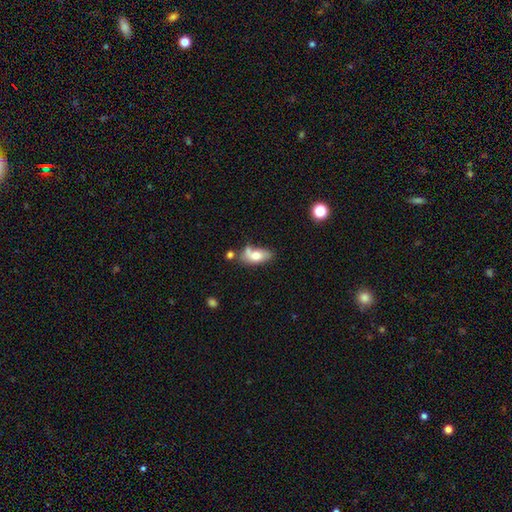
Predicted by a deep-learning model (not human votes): Smooth or featured?
  - smooth: 68% *
  - featured or disk: 24%
  - star or artifact: 8%
How rounded?
  - in between: 86% *
  - cigar-shaped: 8%
  - round: 5%
Merging?
  - none: 45% *
  - merger: 23%
  - minor disturbance: 23%
  - major disturbance: 10%